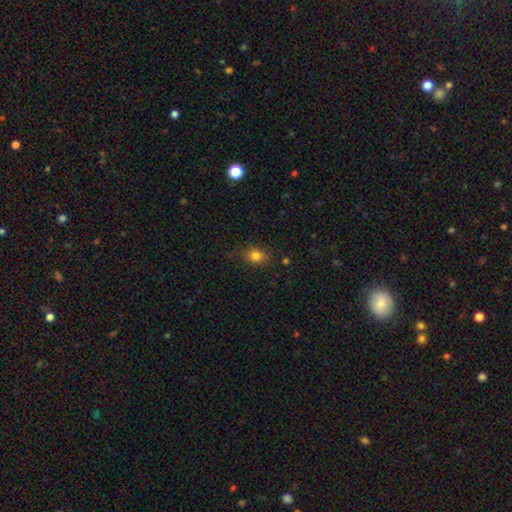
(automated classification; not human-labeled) Q: Smooth or featured?
A: smooth (81%); runner-up: star or artifact (12%)
Q: How rounded?
A: in between (56%); runner-up: round (42%)
Q: Merging?
A: none (80%); runner-up: minor disturbance (15%)